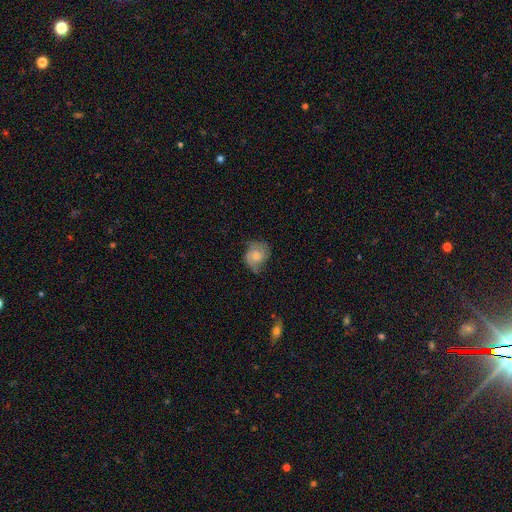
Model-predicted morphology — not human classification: Overall: smooth (48%; featured or disk 44%). Merging: none (56%; minor disturbance 30%).